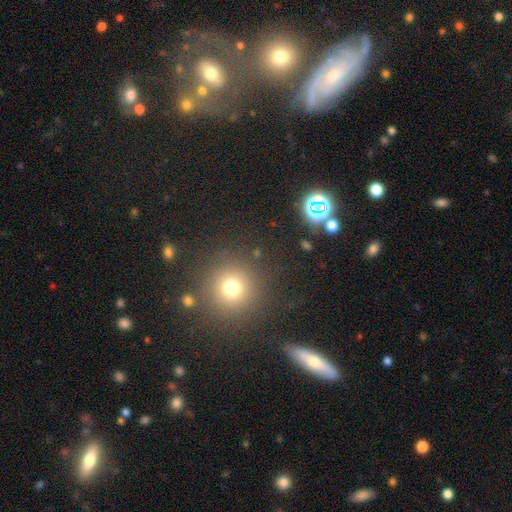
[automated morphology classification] A smooth galaxy with no disk features (56%) that is round (92%). Merging: none (86%).